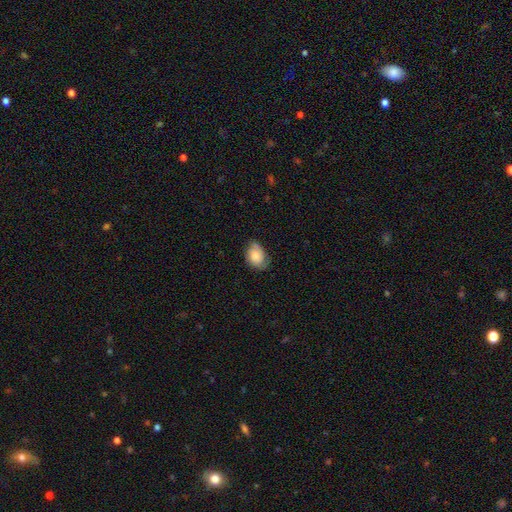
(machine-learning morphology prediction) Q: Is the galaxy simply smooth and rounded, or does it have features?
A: smooth — 60%.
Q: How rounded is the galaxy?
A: in between — 76%.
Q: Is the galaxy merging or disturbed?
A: none — 61%.